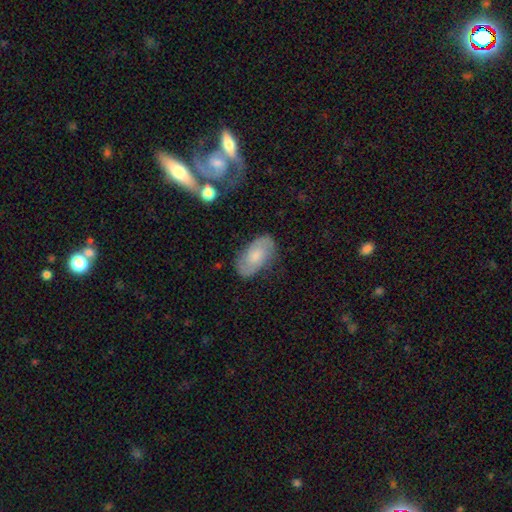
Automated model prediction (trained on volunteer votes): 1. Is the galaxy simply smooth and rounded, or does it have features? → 55% featured or disk, 37% smooth, 7% star or artifact.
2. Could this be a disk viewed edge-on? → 94% no, 6% yes.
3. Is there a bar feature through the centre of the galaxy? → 58% no, 36% weak, 7% strong.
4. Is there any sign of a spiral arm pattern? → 87% yes, 13% no.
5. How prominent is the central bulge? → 40% moderate, 34% small, 15% none, 9% large, 2% dominant.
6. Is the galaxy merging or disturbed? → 76% none, 16% minor disturbance, 5% major disturbance, 2% merger.